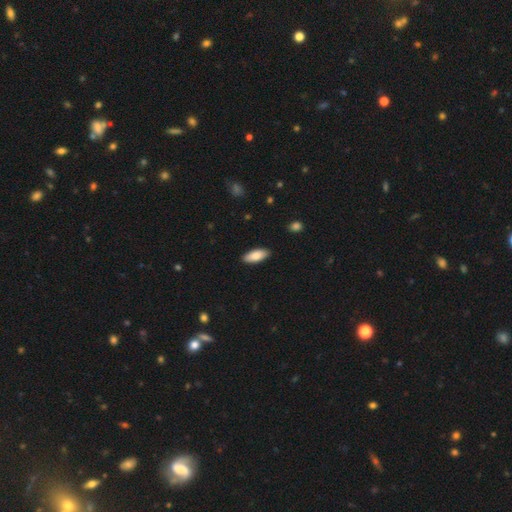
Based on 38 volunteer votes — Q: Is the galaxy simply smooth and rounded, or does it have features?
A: smooth — 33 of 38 (87%).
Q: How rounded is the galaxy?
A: in between — 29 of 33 (88%).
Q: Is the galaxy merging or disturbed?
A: none — 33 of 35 (94%).